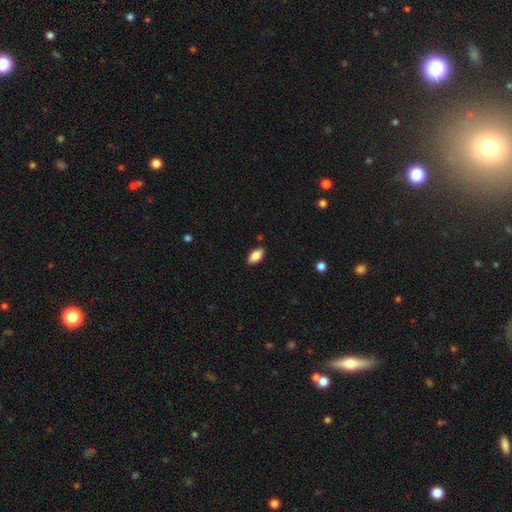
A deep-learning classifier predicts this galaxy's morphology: Smooth or featured?
  - smooth: 87% *
  - star or artifact: 7%
  - featured or disk: 6%
How rounded?
  - in between: 93% *
  - cigar-shaped: 5%
  - round: 3%
Merging?
  - none: 87% *
  - minor disturbance: 9%
  - major disturbance: 2%
  - merger: 1%